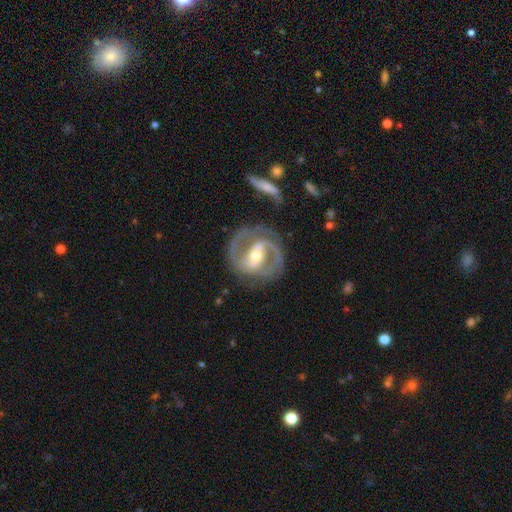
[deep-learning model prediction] A featured or disk galaxy (90%) with a strong bar (54%), 2 (90%) medium (53%) spiral arms (96%) and a moderate central bulge (61%). Merging: none (77%).